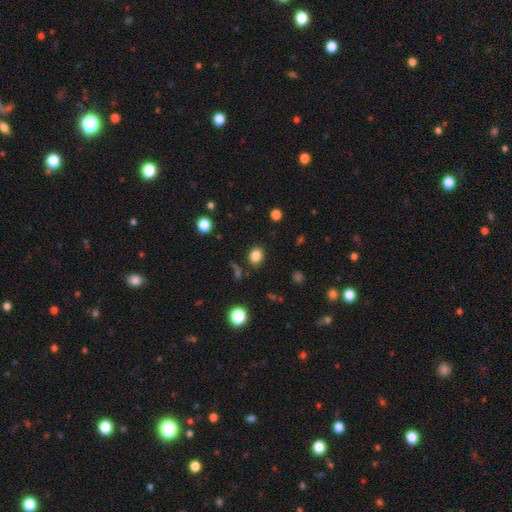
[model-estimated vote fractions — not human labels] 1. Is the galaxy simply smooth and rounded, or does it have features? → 83% smooth, 12% star or artifact, 5% featured or disk.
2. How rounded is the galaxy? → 53% in between, 46% round, 1% cigar-shaped.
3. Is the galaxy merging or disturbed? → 84% none, 10% minor disturbance, 4% major disturbance, 3% merger.